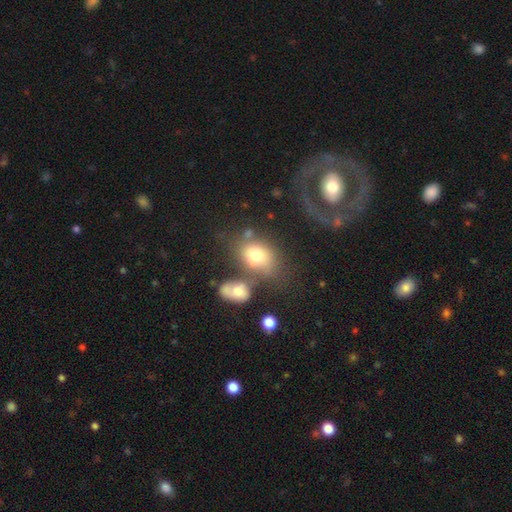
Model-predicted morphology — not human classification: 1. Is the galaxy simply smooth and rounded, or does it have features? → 71% smooth, 18% featured or disk, 11% star or artifact.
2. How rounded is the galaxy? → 65% in between, 34% round, 1% cigar-shaped.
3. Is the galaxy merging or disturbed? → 43% none, 27% merger, 17% minor disturbance, 13% major disturbance.